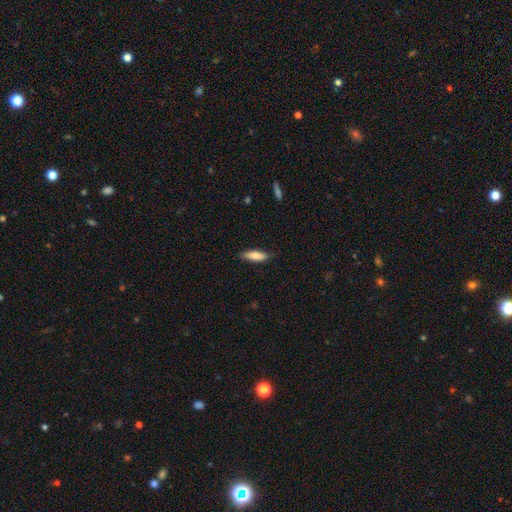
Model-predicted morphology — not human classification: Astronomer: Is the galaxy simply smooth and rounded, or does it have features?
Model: smooth — 79%.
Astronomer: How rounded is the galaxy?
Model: cigar-shaped — 51% (runner-up: in between, 47%).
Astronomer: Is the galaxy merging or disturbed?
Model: none — 82%.